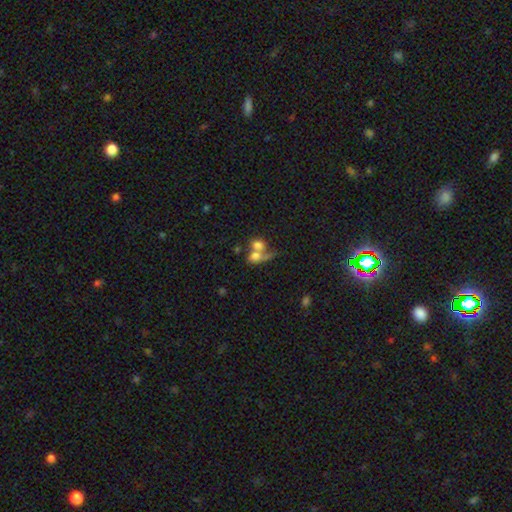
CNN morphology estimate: Smooth or featured: smooth — 67% (featured or disk — 23%)
How rounded: in between — 49% (round — 47%)
Merging: merger — 68% (none — 17%)